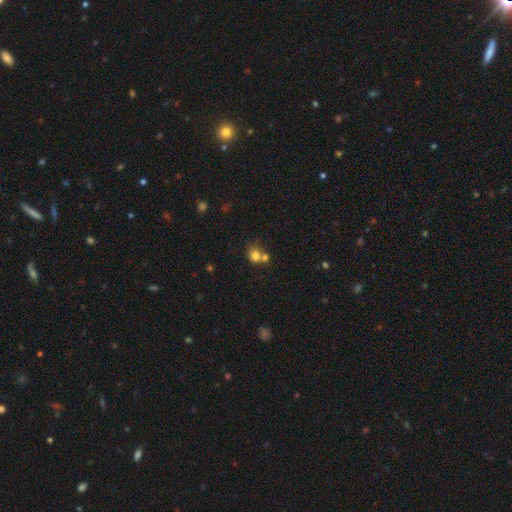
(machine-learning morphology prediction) Overall: smooth (77%). How rounded: round (75%). Merging: none (43%; merger 42%).